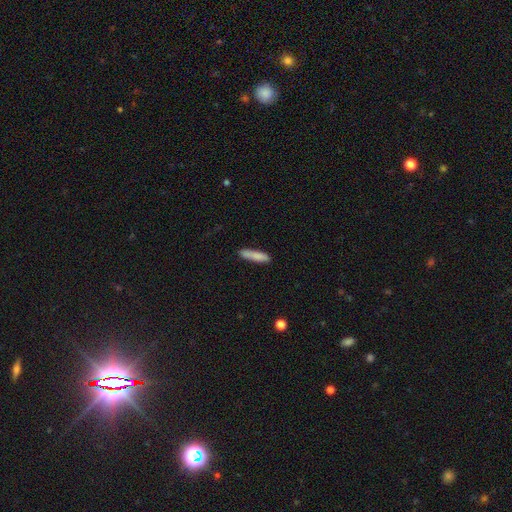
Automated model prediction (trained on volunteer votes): This is clearly a smooth galaxy (84%). How rounded: clearly cigar-shaped (81%). Merging: clearly none (82%).